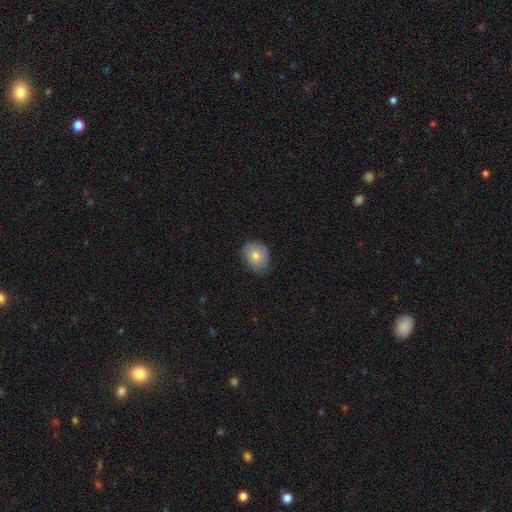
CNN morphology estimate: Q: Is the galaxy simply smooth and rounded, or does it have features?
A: smooth — 73%.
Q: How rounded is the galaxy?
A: round — 54%.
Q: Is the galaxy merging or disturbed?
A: none — 67%.